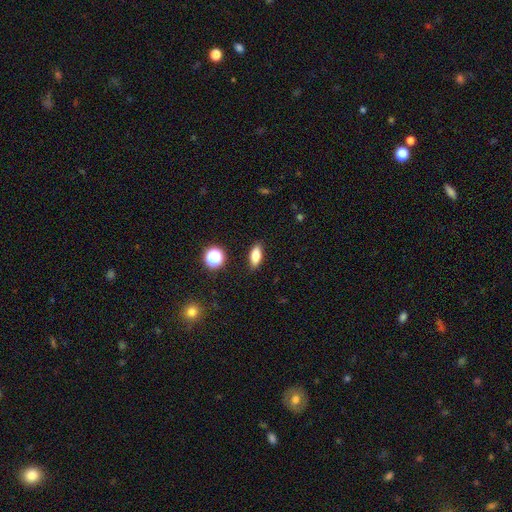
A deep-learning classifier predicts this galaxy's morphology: The model was most divided on "how rounded": in between: 74%, cigar-shaped: 19%, round: 6%. More confident: merging — none (87%); smooth or featured — smooth (75%).